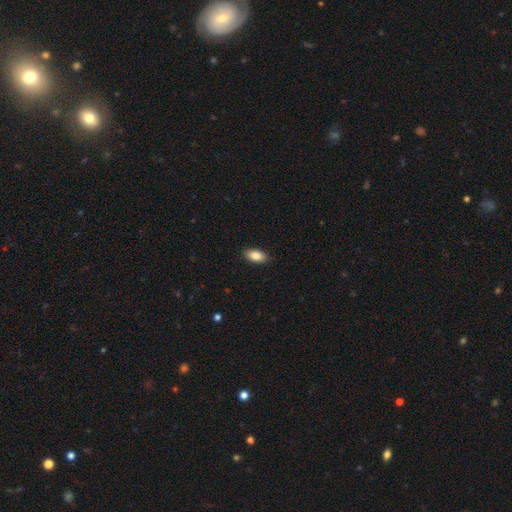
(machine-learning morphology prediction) smooth 86%, featured or disk 7%, star or artifact 7%. Down the decision tree: how rounded — in between (91%); merging — none (89%).